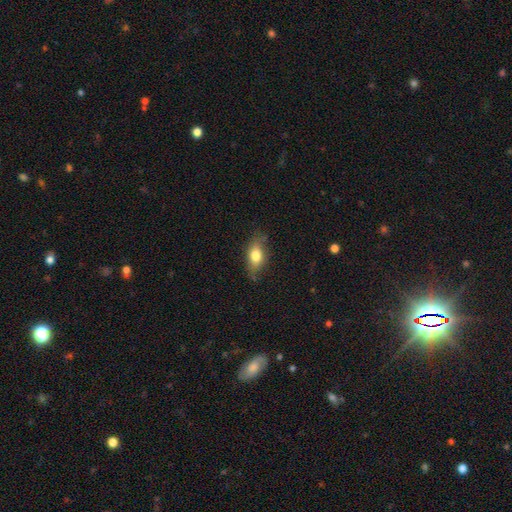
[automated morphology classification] Overall: smooth (70%). How rounded: in between (77%). Merging: none (71%).